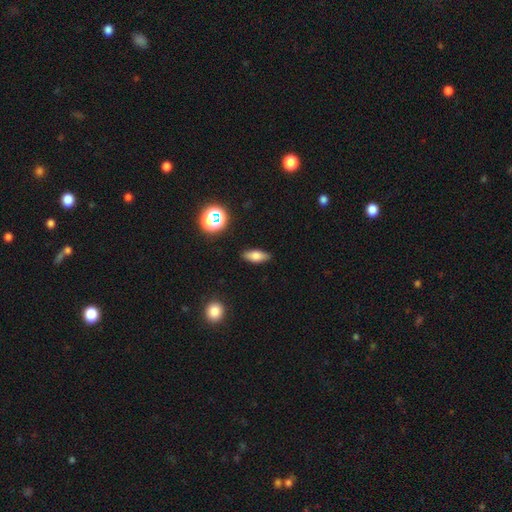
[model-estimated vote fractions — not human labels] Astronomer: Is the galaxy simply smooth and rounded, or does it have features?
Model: smooth — 74%.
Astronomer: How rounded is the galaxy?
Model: in between — 76%.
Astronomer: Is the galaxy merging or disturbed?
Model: none — 87%.